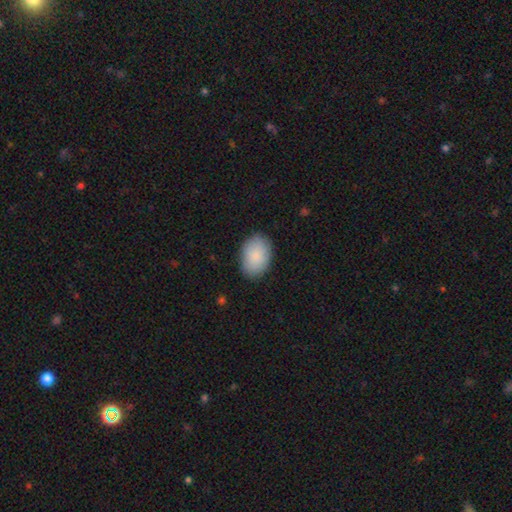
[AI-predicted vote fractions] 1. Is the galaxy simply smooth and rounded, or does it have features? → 87% smooth, 7% featured or disk, 6% star or artifact.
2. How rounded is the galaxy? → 83% in between, 16% round, 1% cigar-shaped.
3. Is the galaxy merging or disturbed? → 85% none, 11% minor disturbance, 3% major disturbance, 1% merger.